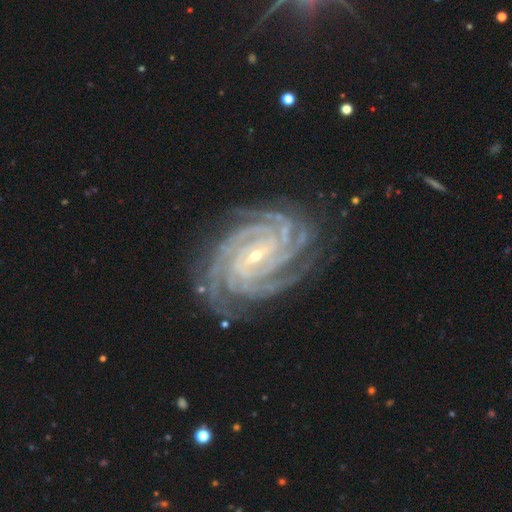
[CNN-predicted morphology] Smooth or featured? Predicted: featured or disk (p=0.93). Edge-on disk? Predicted: no (p=0.98). Bar? Predicted: weak (p=0.40). Spiral arms? Predicted: yes (p=0.99). Spiral winding? Predicted: tight (p=0.83). Spiral arm count? Predicted: 4 (p=0.34). Bulge size? Predicted: small (p=0.75). Merging? Predicted: none (p=0.83).